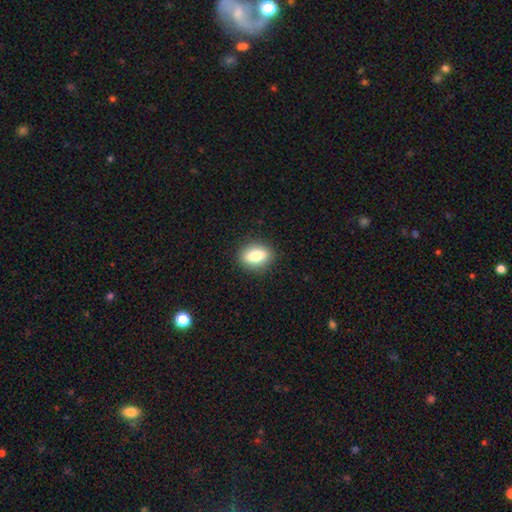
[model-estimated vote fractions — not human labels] The model was most divided on "how rounded": in between: 76%, round: 19%, cigar-shaped: 6%. More confident: merging — none (89%); smooth or featured — smooth (77%).